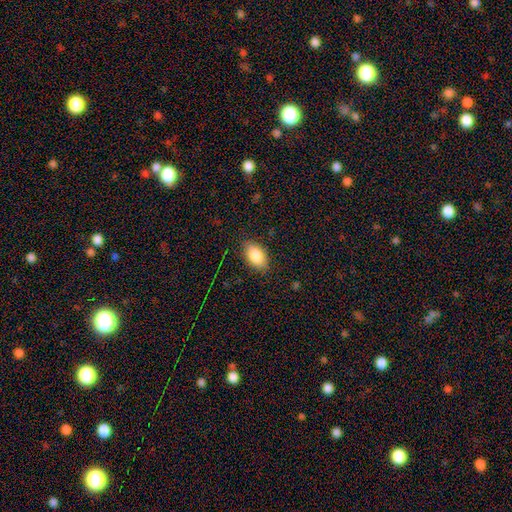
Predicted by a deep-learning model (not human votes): Overall: smooth (84%). How rounded: in between (92%). Merging: none (85%).